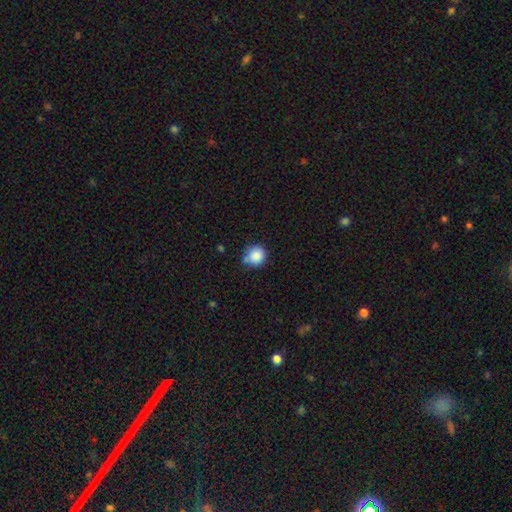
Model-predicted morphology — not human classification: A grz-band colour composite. It shows a smooth galaxy with no disk features (85%) that is round (86%). Merging: none (65%).